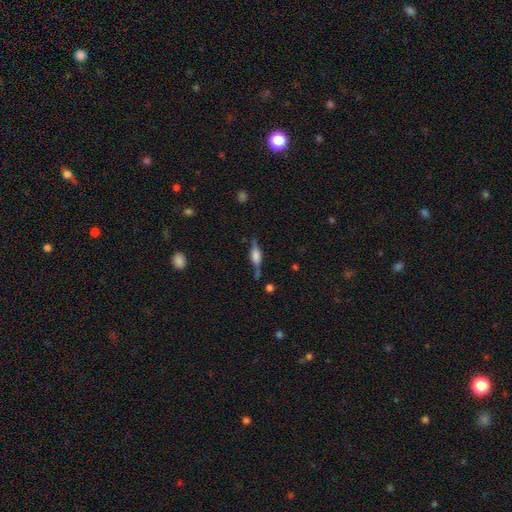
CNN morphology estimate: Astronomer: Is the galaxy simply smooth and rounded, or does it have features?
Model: featured or disk — 64%.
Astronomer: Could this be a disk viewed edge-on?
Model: yes — 94%.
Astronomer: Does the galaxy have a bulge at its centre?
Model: rounded — 62%.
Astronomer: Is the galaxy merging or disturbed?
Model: none — 70%.